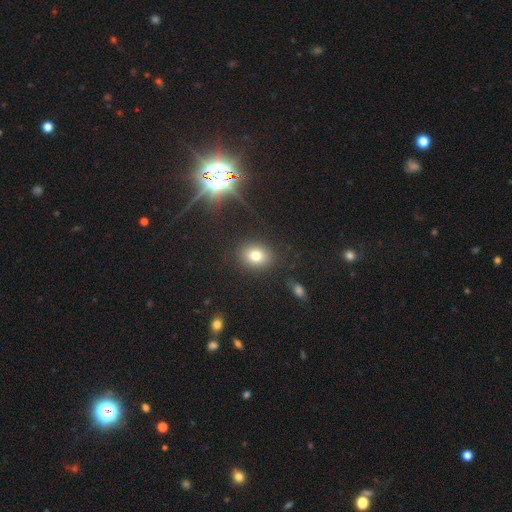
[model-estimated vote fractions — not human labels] This is likely a smooth galaxy (75%). How rounded: possibly round (53%). Merging: clearly none (86%).